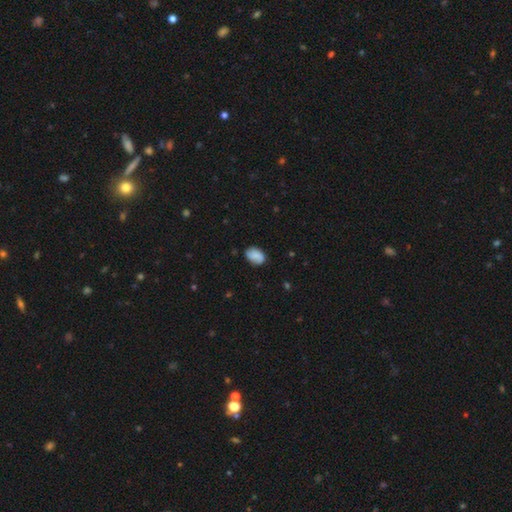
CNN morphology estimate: A smooth galaxy with no disk features (76%) that is in between round and cigar-shaped (82%). Merging: none (75%).